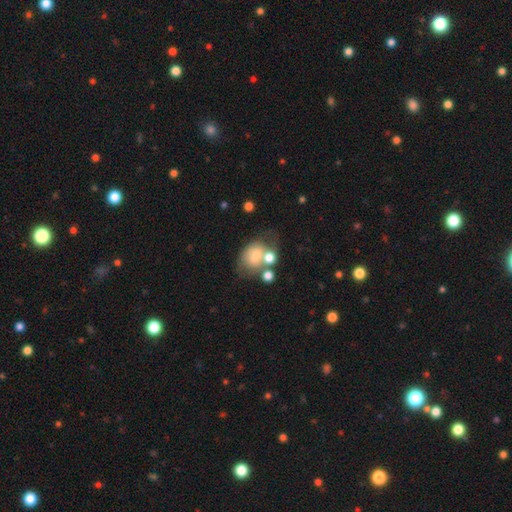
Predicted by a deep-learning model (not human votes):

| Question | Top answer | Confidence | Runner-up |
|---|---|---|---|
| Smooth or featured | smooth | 58% | featured or disk (32%) |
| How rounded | in between | 61% | round (38%) |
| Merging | merger | 35% | none (32%) |